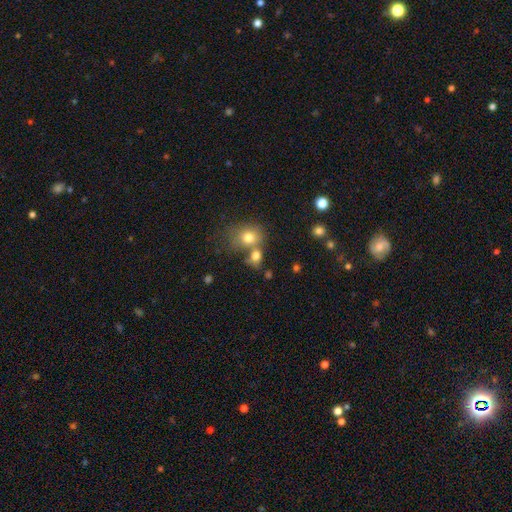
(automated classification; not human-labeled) Smooth or featured: smooth — 77% (star or artifact — 12%)
How rounded: round — 50% (in between — 49%)
Merging: merger — 43% (none — 41%)